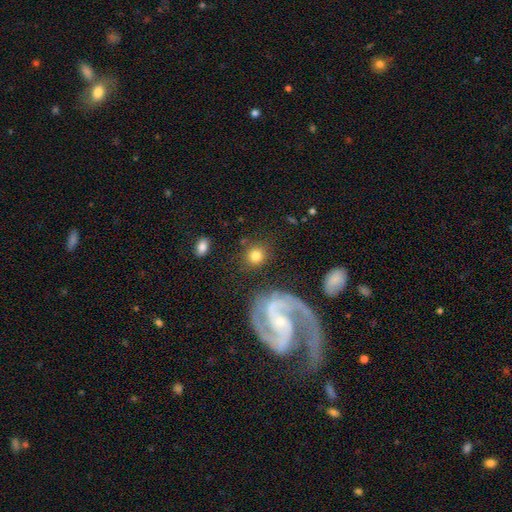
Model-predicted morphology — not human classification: A smooth galaxy with no disk features (77%) that is round (86%).

Vote fractions:
- Smooth or featured? smooth: 77% / featured or disk: 14% / star or artifact: 9%
- How rounded? round: 86% / in between: 13% / cigar-shaped: 1%
- Merging? none: 78% / minor disturbance: 11% / major disturbance: 6% / merger: 5%